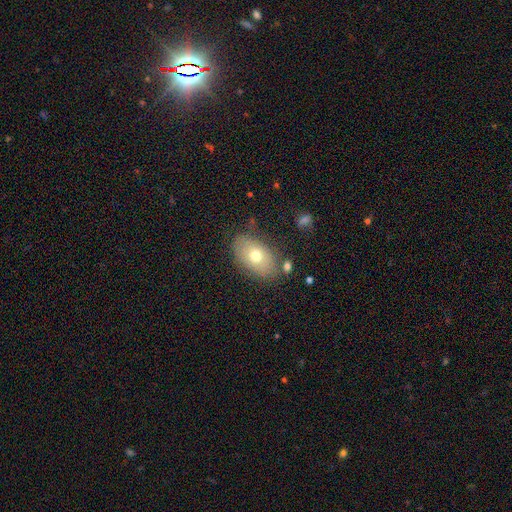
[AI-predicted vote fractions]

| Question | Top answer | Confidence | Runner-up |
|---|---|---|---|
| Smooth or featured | smooth | 69% | featured or disk (22%) |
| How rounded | in between | 89% | round (9%) |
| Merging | none | 75% | minor disturbance (16%) |